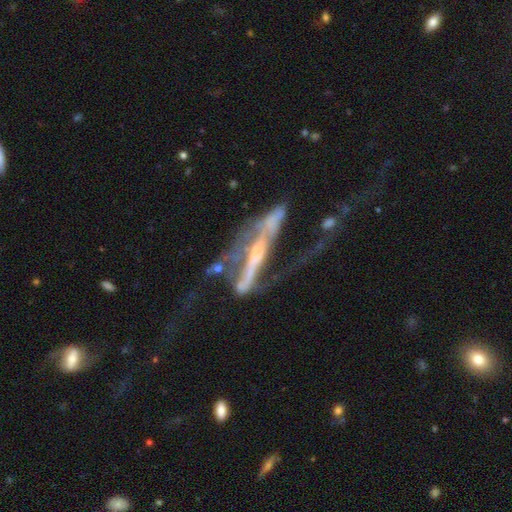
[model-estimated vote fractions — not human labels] smooth_or_featured: featured or disk (p=0.81) [alt: smooth p=0.11]
disk_edge_on: no (p=0.53) [alt: yes p=0.47]
merging: major disturbance (p=0.47) [alt: none p=0.25]